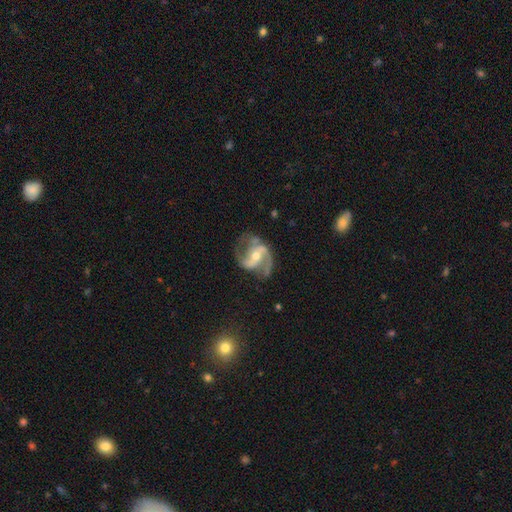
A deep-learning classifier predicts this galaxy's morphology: A featured or disk galaxy (90%) with a strong bar (38%), 2 (86%) medium (50%) spiral arms (96%) and a moderate central bulge (56%). Merging: none (67%).